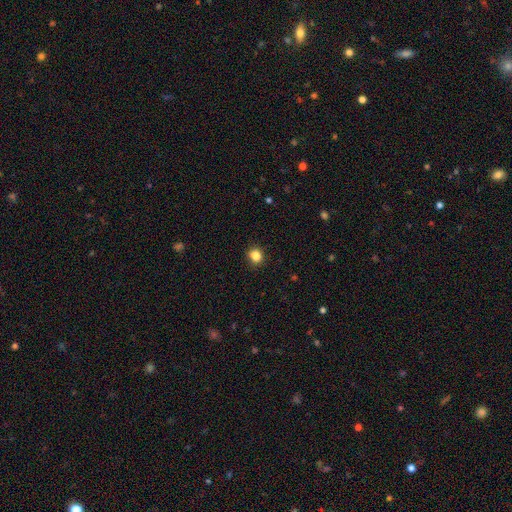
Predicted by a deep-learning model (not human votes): Smooth or featured?
  - smooth: 85% *
  - star or artifact: 11%
  - featured or disk: 4%
How rounded?
  - round: 80% *
  - in between: 19%
  - cigar-shaped: 1%
Merging?
  - none: 88% *
  - minor disturbance: 8%
  - major disturbance: 2%
  - merger: 1%